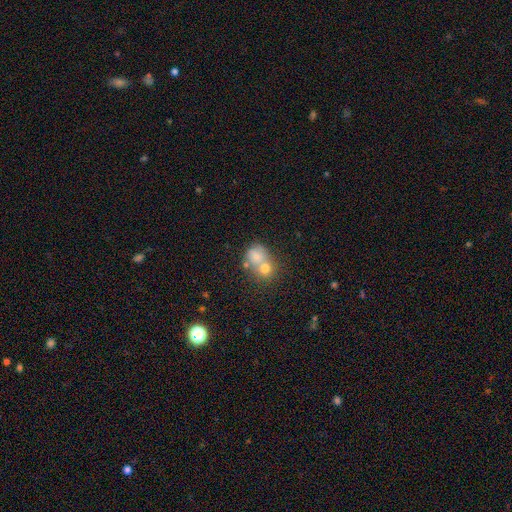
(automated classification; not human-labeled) Morphology: type=smooth (70%); roundness=round (63%); merging=merger (59%).